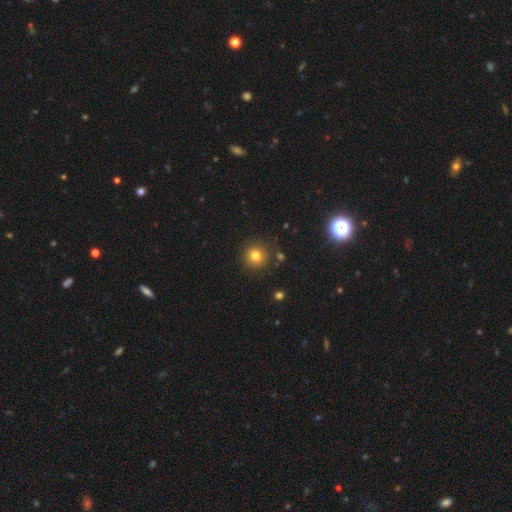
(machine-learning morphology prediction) Smooth or featured: smooth — 79% (star or artifact — 13%)
How rounded: round — 93% (in between — 6%)
Merging: none — 86% (minor disturbance — 8%)